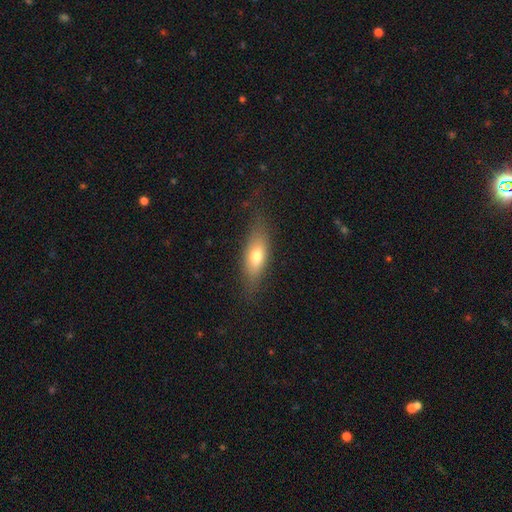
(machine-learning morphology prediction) Overall: smooth (68%). How rounded: in between (62%; cigar-shaped 34%). Merging: none (76%).